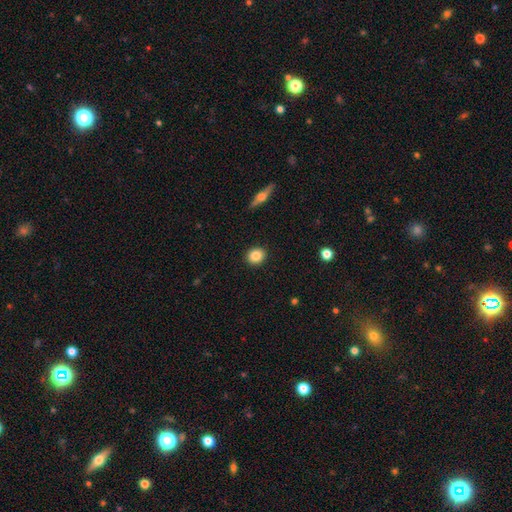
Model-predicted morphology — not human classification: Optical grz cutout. It shows a smooth galaxy with no disk features (85%) that is round (75%). Merging: none (91%).